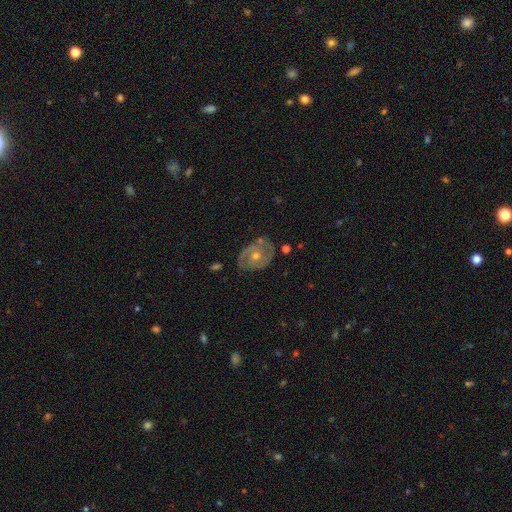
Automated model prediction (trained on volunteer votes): Q: Smooth or featured?
A: featured or disk (75%); runner-up: smooth (18%)
Q: Edge-on disk?
A: no (96%); runner-up: yes (4%)
Q: Bar?
A: no (76%); runner-up: weak (20%)
Q: Spiral arms?
A: yes (70%); runner-up: no (30%)
Q: Spiral winding?
A: tight (55%); runner-up: medium (34%)
Q: Spiral arm count?
A: 2 (58%); runner-up: can't tell (25%)
Q: Bulge size?
A: moderate (64%); runner-up: small (32%)
Q: Merging?
A: none (73%); runner-up: minor disturbance (18%)